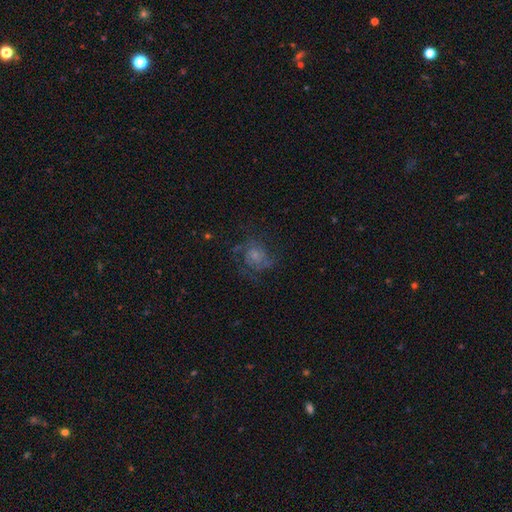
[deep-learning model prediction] featured or disk 56%, smooth 29%, star or artifact 14%. Down the decision tree: edge-on disk — no (98%); bar — no (78%); spiral arms — yes (76%); bulge size — small (41%); merging — none (56%).